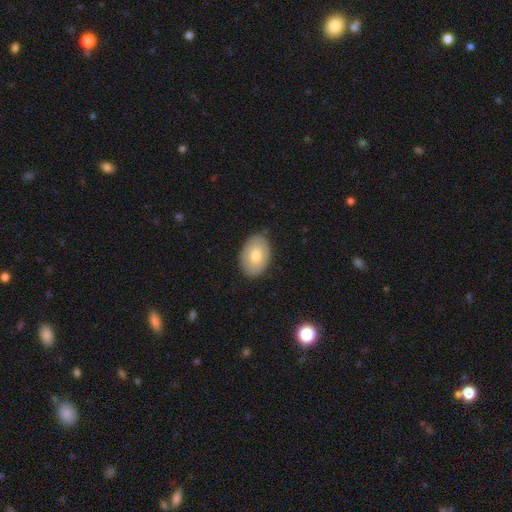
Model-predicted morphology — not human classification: A smooth galaxy with no disk features (72%) that is in between round and cigar-shaped (85%).

Vote fractions:
- Smooth or featured? smooth: 72% / featured or disk: 22% / star or artifact: 7%
- How rounded? in between: 85% / round: 14% / cigar-shaped: 1%
- Merging? none: 83% / minor disturbance: 14% / major disturbance: 2% / merger: 1%